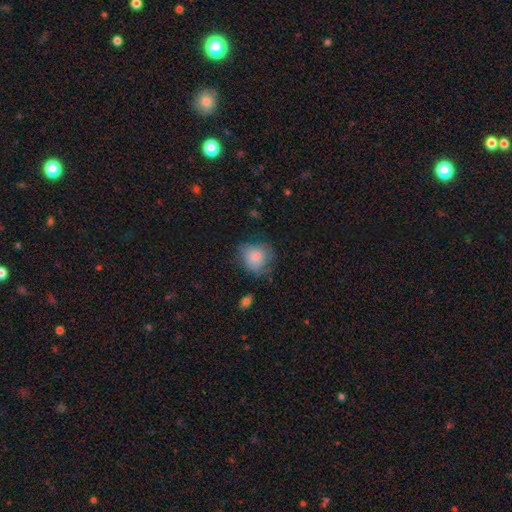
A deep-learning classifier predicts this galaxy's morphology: smooth-or-featured: smooth: 71% | featured or disk: 19% | star or artifact: 10%
  how-rounded: round: 73% | in between: 26% | cigar-shaped: 1%
  merging: none: 58% | minor disturbance: 28% | major disturbance: 12% | merger: 2%